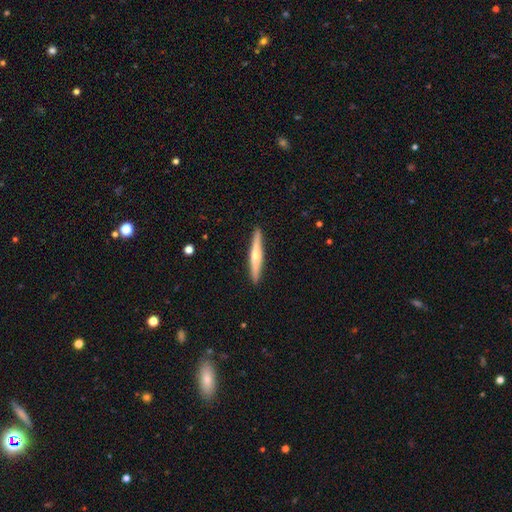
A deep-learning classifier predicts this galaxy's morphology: A featured or disk galaxy (58%) viewed edge-on (97%) with a rounded central bulge (80%).

Vote fractions:
- Smooth or featured? featured or disk: 58% / smooth: 37% / star or artifact: 5%
- Edge-on disk? yes: 97% / no: 3%
- Edge-on bulge? rounded: 80% / none: 16% / boxy: 4%
- Merging? none: 92% / minor disturbance: 6% / major disturbance: 1% / merger: 1%